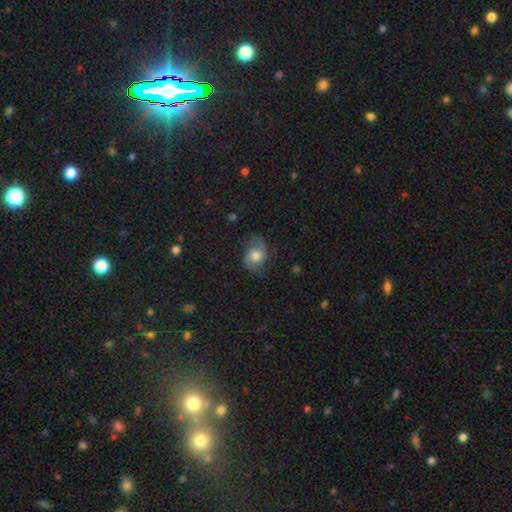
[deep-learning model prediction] This appears to be a featured or disk galaxy (55%) with no bar (73%), spiral arms (88%) and a moderate central bulge (65%). Merging: none (65%).